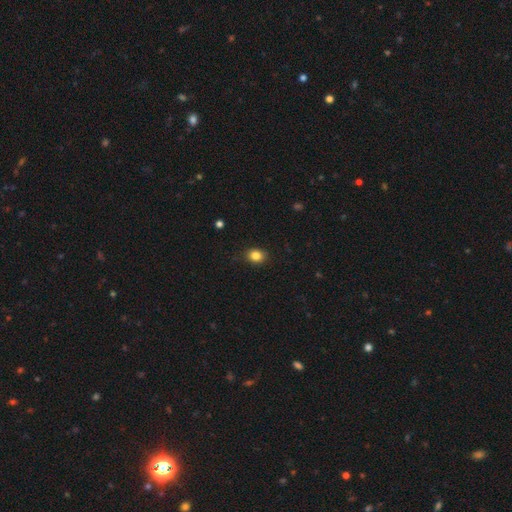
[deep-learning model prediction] Smooth or featured?
  - smooth: 84% *
  - star or artifact: 10%
  - featured or disk: 5%
How rounded?
  - in between: 51% *
  - round: 48%
  - cigar-shaped: 1%
Merging?
  - none: 85% *
  - minor disturbance: 11%
  - major disturbance: 2%
  - merger: 1%